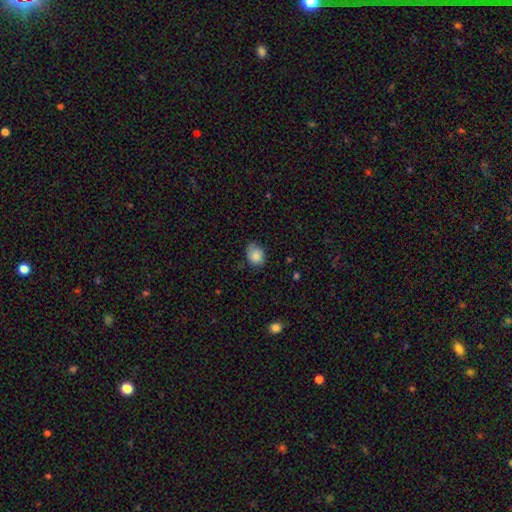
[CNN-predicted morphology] Smooth or featured: smooth — 78% (featured or disk — 14%)
How rounded: in between — 59% (round — 40%)
Merging: none — 60% (minor disturbance — 31%)